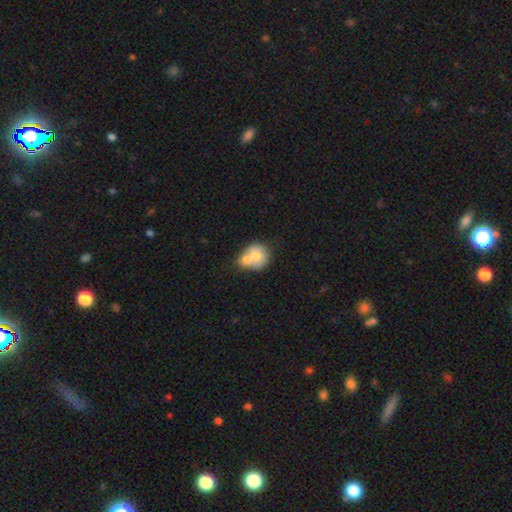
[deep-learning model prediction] A smooth galaxy with no disk features (68%) that is round (77%). Merging: merger (62%).